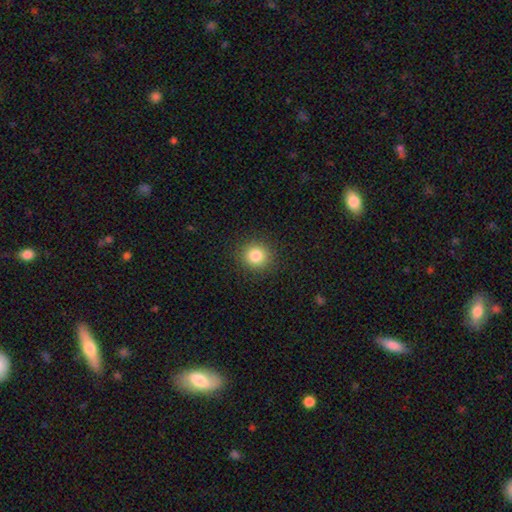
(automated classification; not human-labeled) smooth 83%, star or artifact 12%, featured or disk 5%. Down the decision tree: how rounded — round (90%); merging — none (91%).